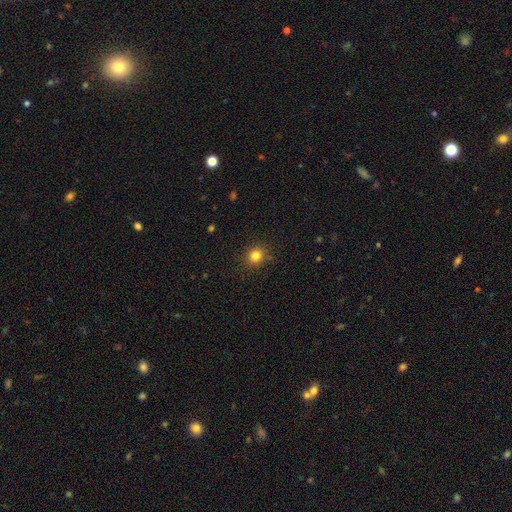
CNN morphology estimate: A smooth galaxy with no disk features (81%) that is round (83%).

Vote fractions:
- Smooth or featured? smooth: 81% / star or artifact: 13% / featured or disk: 5%
- How rounded? round: 83% / in between: 16% / cigar-shaped: 1%
- Merging? none: 88% / minor disturbance: 8% / major disturbance: 2% / merger: 1%